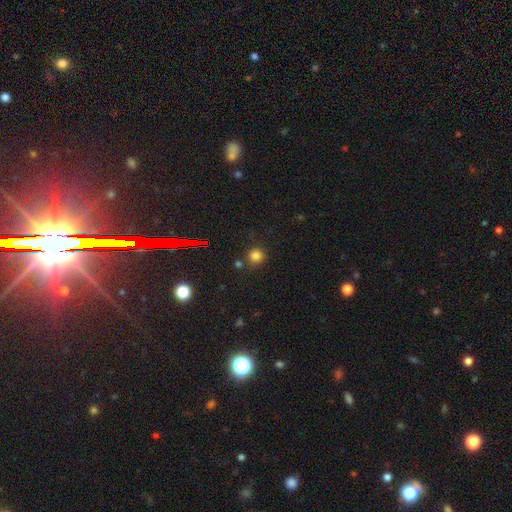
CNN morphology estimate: Overall: smooth (78%). How rounded: round (91%). Merging: none (78%).